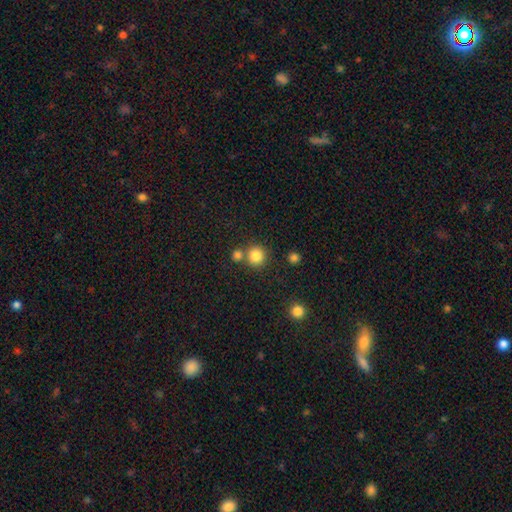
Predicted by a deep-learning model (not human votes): This appears to be a smooth galaxy with no disk features (83%) that is round (92%). Merging: none (70%).